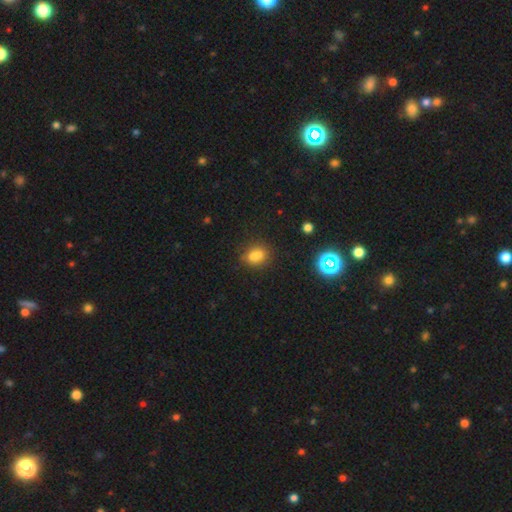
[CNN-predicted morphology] smooth_or_featured: smooth (p=0.73) [alt: star or artifact p=0.16]
how_rounded: in between (p=0.59) [alt: round p=0.38]
merging: none (p=0.61) [alt: minor disturbance p=0.17]